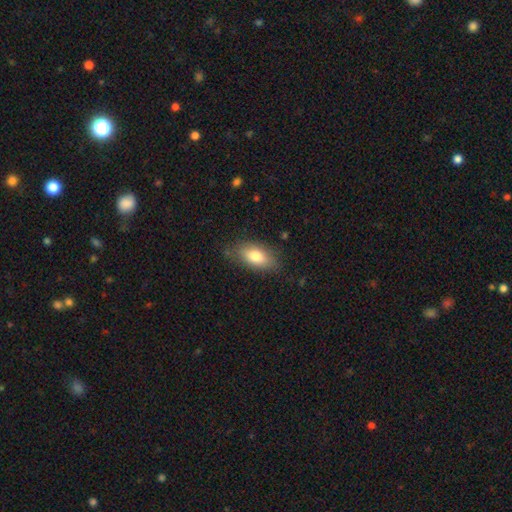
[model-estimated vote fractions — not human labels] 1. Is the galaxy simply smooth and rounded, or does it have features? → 78% smooth, 15% featured or disk, 7% star or artifact.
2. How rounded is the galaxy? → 88% in between, 7% cigar-shaped, 5% round.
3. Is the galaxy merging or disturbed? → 79% none, 16% minor disturbance, 4% major disturbance, 1% merger.